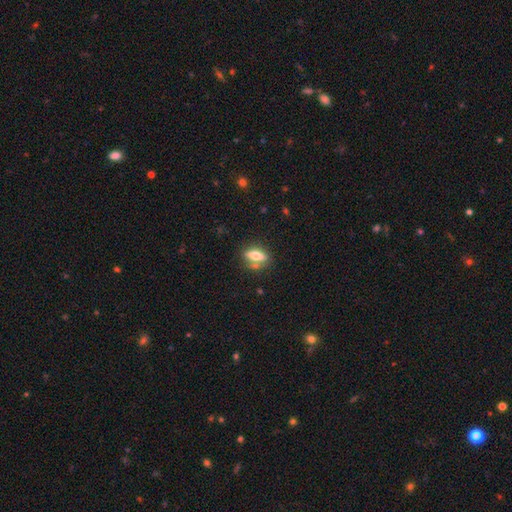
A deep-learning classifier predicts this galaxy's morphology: Smooth or featured: smooth — 60% (featured or disk — 31%)
How rounded: in between — 56% (cigar-shaped — 38%)
Merging: none — 71% (minor disturbance — 14%)